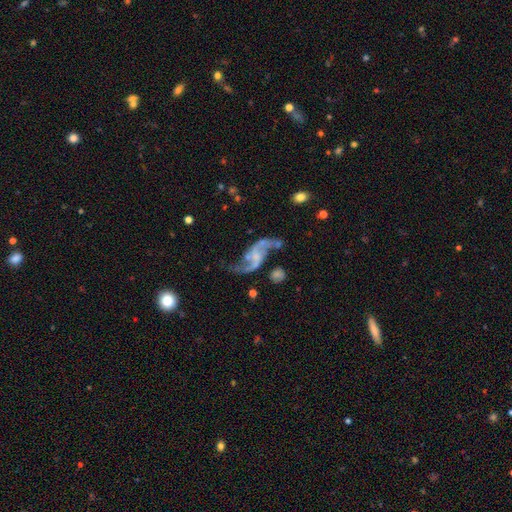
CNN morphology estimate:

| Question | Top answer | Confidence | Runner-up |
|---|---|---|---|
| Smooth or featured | featured or disk | 89% | star or artifact (6%) |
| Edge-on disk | no | 97% | yes (3%) |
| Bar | no | 49% | weak (38%) |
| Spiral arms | yes | 95% | no (5%) |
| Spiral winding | loose | 86% | medium (11%) |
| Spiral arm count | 2 | 93% | 1 (2%) |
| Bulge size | none | 43% | small (42%) |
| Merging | none | 55% | minor disturbance (19%) |